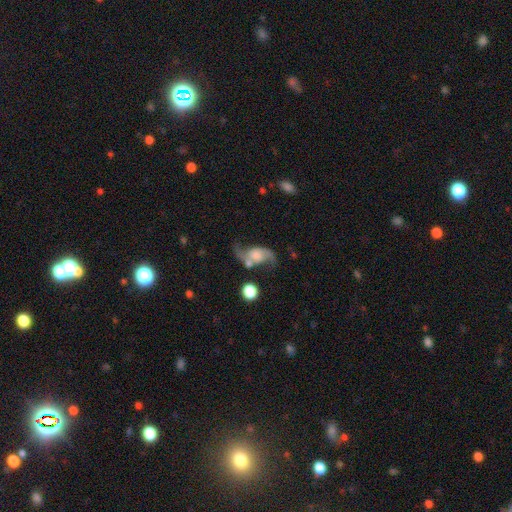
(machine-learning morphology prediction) This is clearly a featured or disk galaxy (80%). It is clearly not viewed edge-on (96%). Bar: likely no (63%). Spiral arm pattern: clearly yes (95%). Spiral arm count: clearly 2 (93%). Spiral winding: likely loose (74%). Central bulge: marginally moderate (29%). Merging: possibly none (56%).